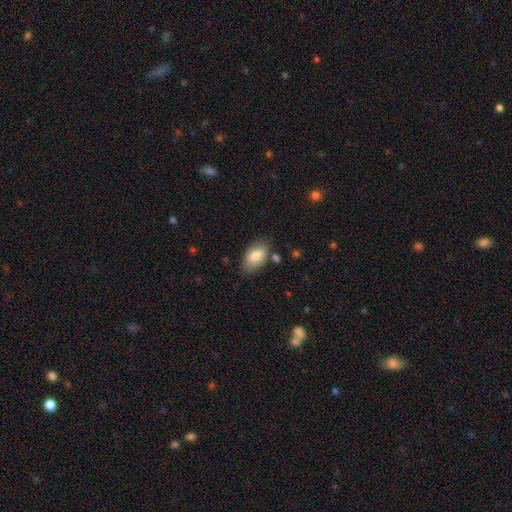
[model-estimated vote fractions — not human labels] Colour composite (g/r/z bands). It shows a smooth galaxy with no disk features (82%) that is in between round and cigar-shaped (93%). Merging: none (78%).